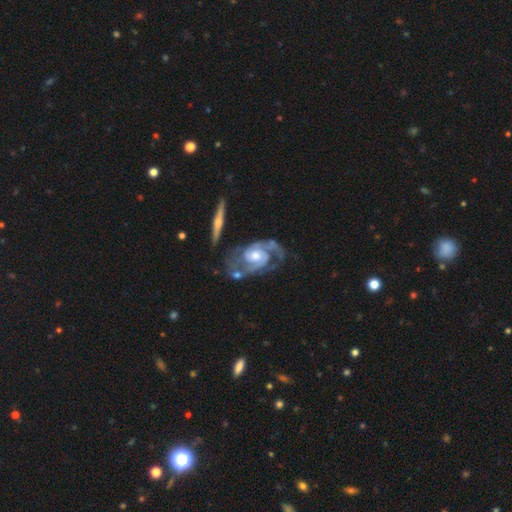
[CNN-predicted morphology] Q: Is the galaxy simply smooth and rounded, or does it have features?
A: featured or disk — 92%.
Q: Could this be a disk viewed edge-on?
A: no — 96%.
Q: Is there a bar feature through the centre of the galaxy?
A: no — 56%.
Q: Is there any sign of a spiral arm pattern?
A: yes — 98%.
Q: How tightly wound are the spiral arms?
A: medium — 48%.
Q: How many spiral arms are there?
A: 2 — 79%.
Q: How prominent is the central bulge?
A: moderate — 61%.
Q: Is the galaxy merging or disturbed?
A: none — 56%.